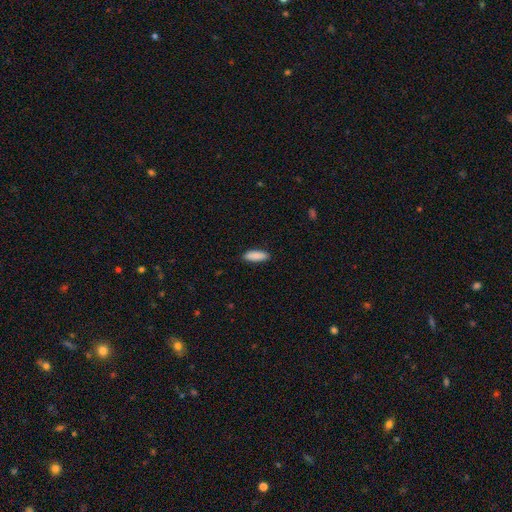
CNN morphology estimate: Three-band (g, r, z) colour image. It shows a smooth galaxy with no disk features (89%) that is in between round and cigar-shaped (60%). Merging: none (89%).